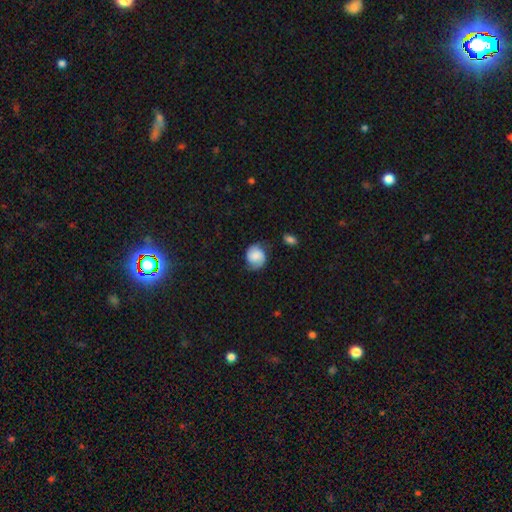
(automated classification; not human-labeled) Smooth or featured?
  - smooth: 50% *
  - featured or disk: 41%
  - star or artifact: 9%
Merging?
  - none: 64% *
  - minor disturbance: 25%
  - major disturbance: 9%
  - merger: 3%